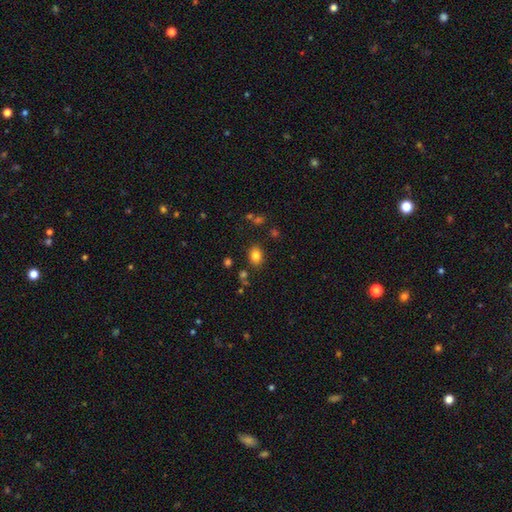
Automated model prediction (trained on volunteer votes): smooth-or-featured: smooth: 82% | star or artifact: 11% | featured or disk: 7%
  how-rounded: in between: 59% | round: 40% | cigar-shaped: 1%
  merging: none: 84% | minor disturbance: 10% | merger: 3% | major disturbance: 3%